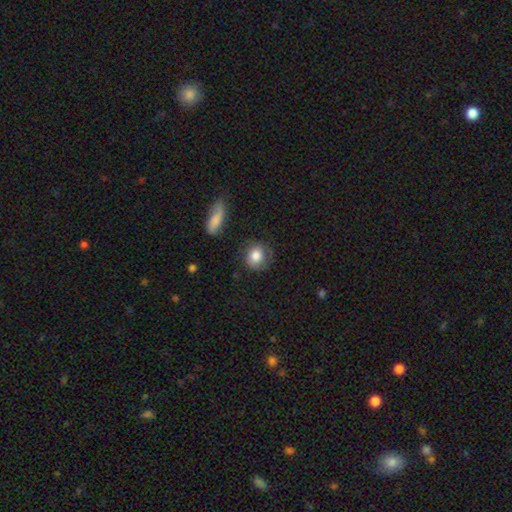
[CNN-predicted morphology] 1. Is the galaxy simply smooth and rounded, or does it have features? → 78% smooth, 15% featured or disk, 7% star or artifact.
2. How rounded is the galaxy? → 73% round, 25% in between, 1% cigar-shaped.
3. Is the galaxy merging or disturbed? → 65% none, 23% minor disturbance, 9% major disturbance, 3% merger.